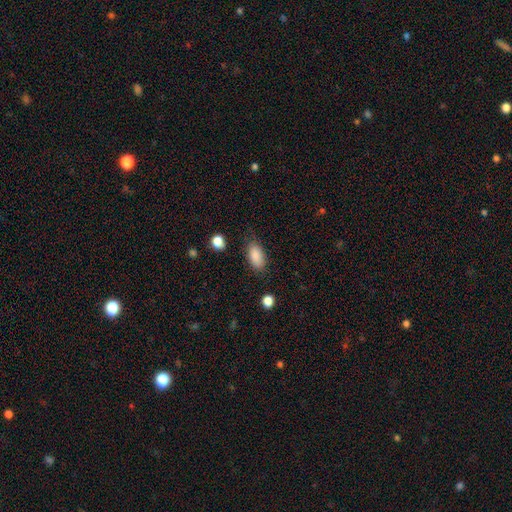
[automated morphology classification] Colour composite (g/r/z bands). It shows a smooth galaxy with no disk features (87%) that is in between round and cigar-shaped (91%). Merging: none (79%).